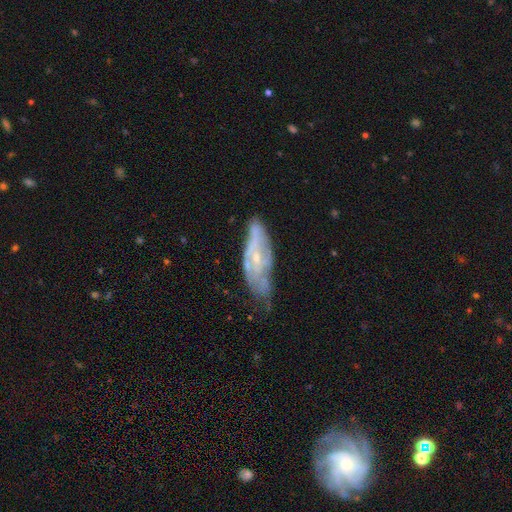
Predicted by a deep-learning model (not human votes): Morphology: type=featured or disk (68%); edge-on=no (79%); bar=no (58%); spiral arms=yes (57%); bulge=small (65%); merging=none (45%).